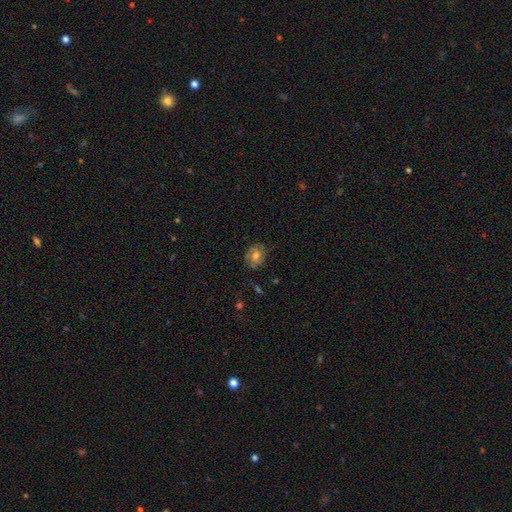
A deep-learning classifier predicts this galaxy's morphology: Smooth or featured: smooth — 53% (featured or disk — 36%)
How rounded: round — 54% (in between — 45%)
Merging: none — 73% (minor disturbance — 19%)